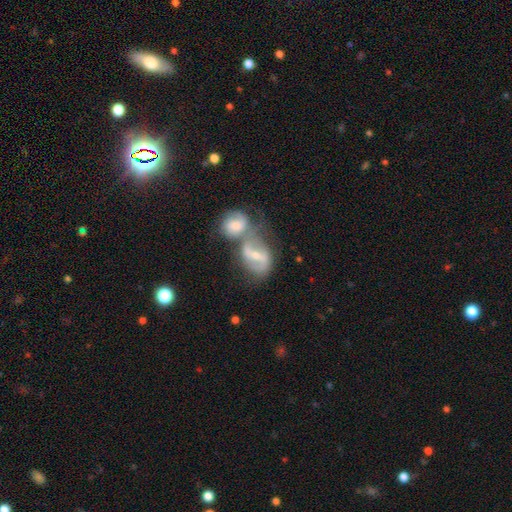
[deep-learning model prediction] The model was most divided on "bulge size": small: 48%, moderate: 46%, none: 3%, large: 2%, dominant: 1%. Remaining: edge-on disk — no (95%); spiral arm count — 2 (82%); spiral arms — yes (80%); smooth or featured — featured or disk (72%); merging — merger (62%); bar — strong (50%); spiral winding — medium (44%).